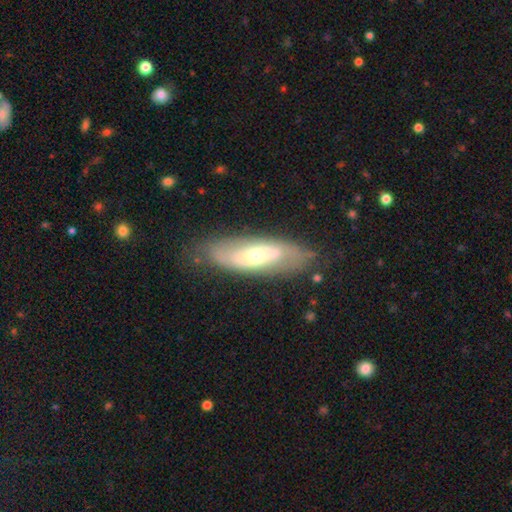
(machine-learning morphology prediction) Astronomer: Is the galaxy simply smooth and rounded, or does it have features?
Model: featured or disk — 55% (runner-up: smooth, 38%).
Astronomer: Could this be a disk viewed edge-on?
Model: no — 76%.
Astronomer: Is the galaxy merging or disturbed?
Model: none — 74%.